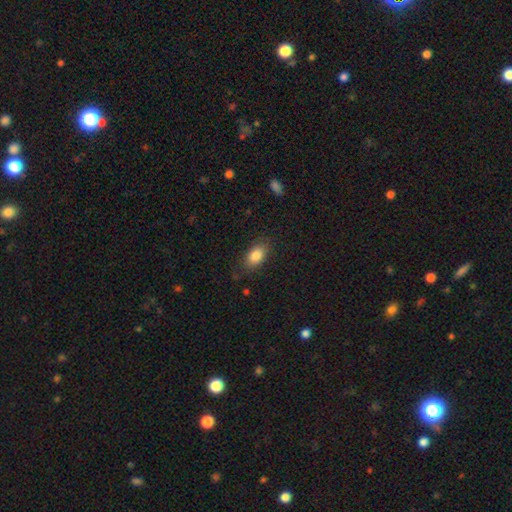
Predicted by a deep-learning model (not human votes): Smooth or featured: smooth — 84% (featured or disk — 8%)
How rounded: in between — 89% (round — 7%)
Merging: none — 79% (minor disturbance — 15%)